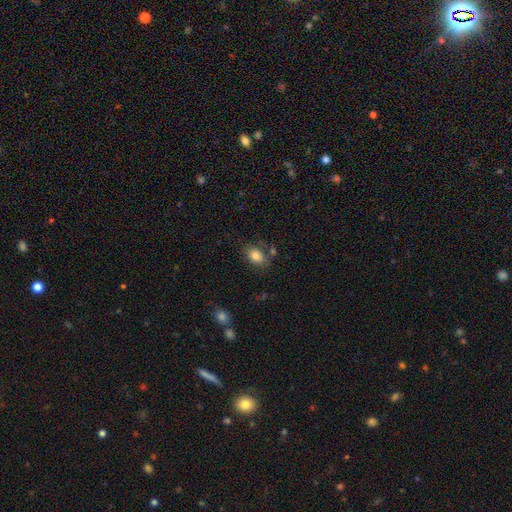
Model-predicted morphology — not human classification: smooth_or_featured: smooth (p=0.84) [alt: star or artifact p=0.09]
how_rounded: in between (p=0.82) [alt: round p=0.17]
merging: none (p=0.72) [alt: minor disturbance p=0.15]